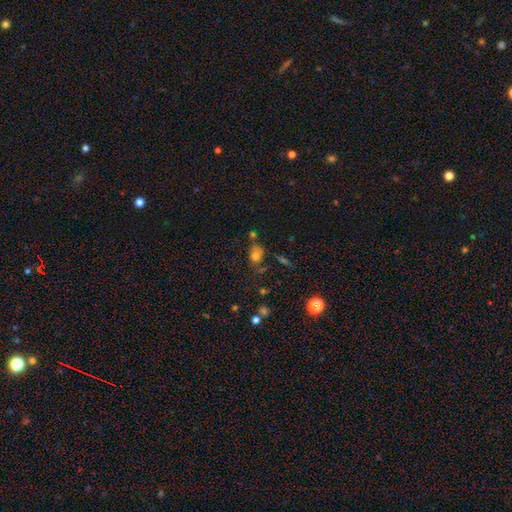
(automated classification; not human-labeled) Smooth or featured? smooth (72%)
How rounded? in between (65%)
Merging? none (58%)